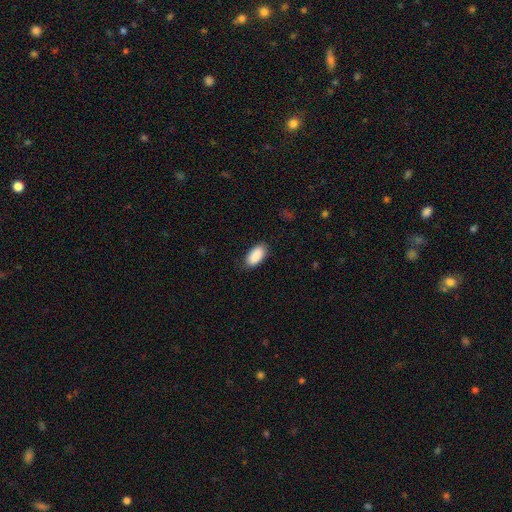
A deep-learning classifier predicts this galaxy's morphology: A smooth galaxy with no disk features (91%) that is in between round and cigar-shaped (95%). Merging: none (84%).